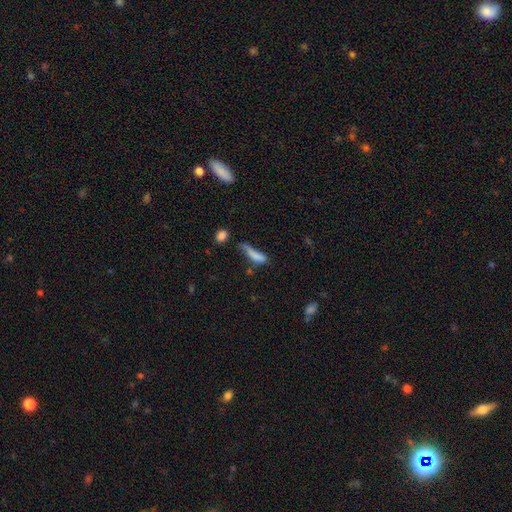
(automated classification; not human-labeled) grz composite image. It shows a smooth galaxy with no disk features (74%) that is cigar-shaped (64%). Merging: minor disturbance (32%, tied with none).